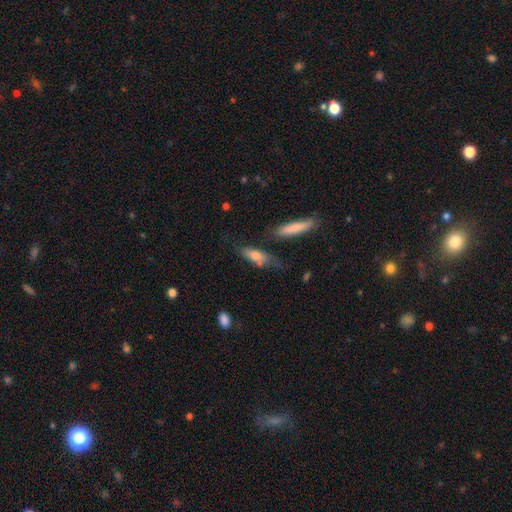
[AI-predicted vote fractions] Smooth or featured: smooth — 69% (featured or disk — 24%)
How rounded: in between — 49% (cigar-shaped — 48%)
Merging: none — 50% (minor disturbance — 25%)